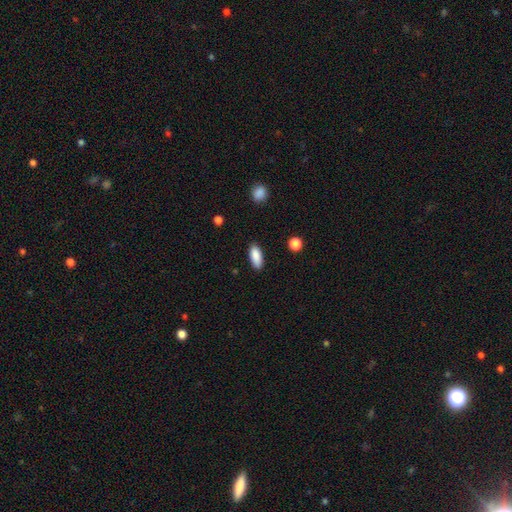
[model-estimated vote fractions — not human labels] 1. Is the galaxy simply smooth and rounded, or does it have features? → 88% smooth, 7% star or artifact, 5% featured or disk.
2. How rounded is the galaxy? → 82% in between, 16% cigar-shaped, 2% round.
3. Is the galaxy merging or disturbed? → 86% none, 11% minor disturbance, 2% major disturbance, 1% merger.